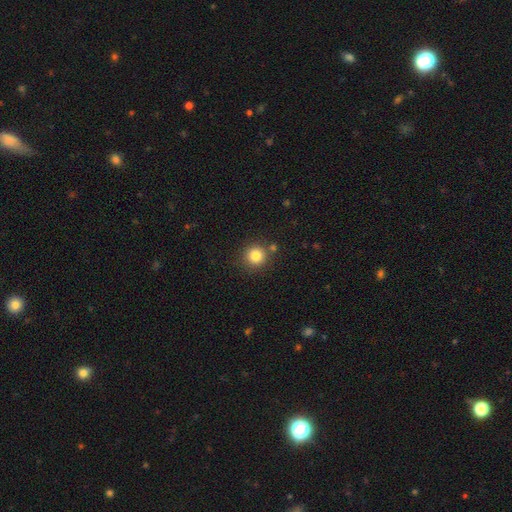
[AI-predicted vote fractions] A smooth galaxy with no disk features (82%) that is round (94%). Merging: none (82%).